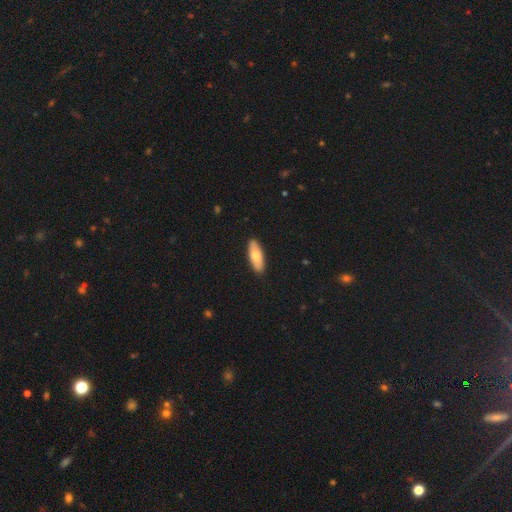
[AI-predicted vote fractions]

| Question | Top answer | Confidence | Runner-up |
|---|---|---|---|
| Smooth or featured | smooth | 70% | featured or disk (25%) |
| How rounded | in between | 69% | cigar-shaped (29%) |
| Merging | none | 90% | minor disturbance (8%) |